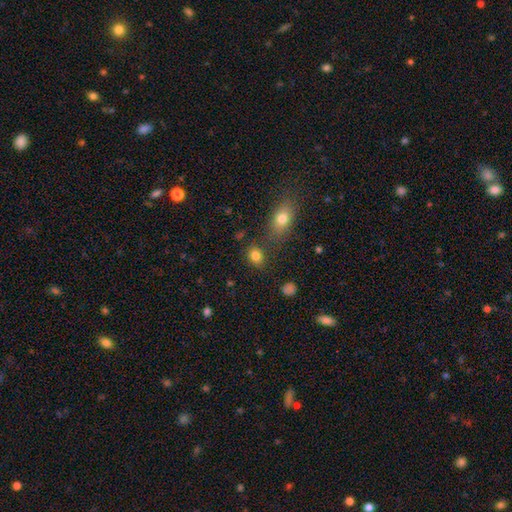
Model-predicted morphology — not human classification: The model was most divided on "how rounded": in between: 55%, round: 44%, cigar-shaped: 1%. More confident: smooth or featured — smooth (83%); merging — none (75%).